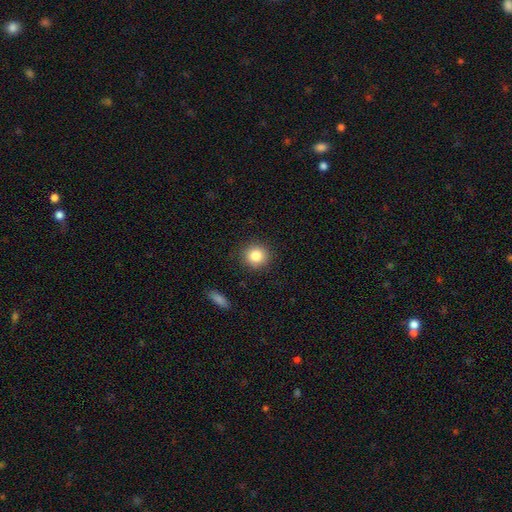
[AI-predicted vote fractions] A smooth galaxy with no disk features (83%) that is round (90%).

Vote fractions:
- Smooth or featured? smooth: 83% / star or artifact: 10% / featured or disk: 7%
- How rounded? round: 90% / in between: 9% / cigar-shaped: 1%
- Merging? none: 90% / minor disturbance: 7% / major disturbance: 2% / merger: 1%